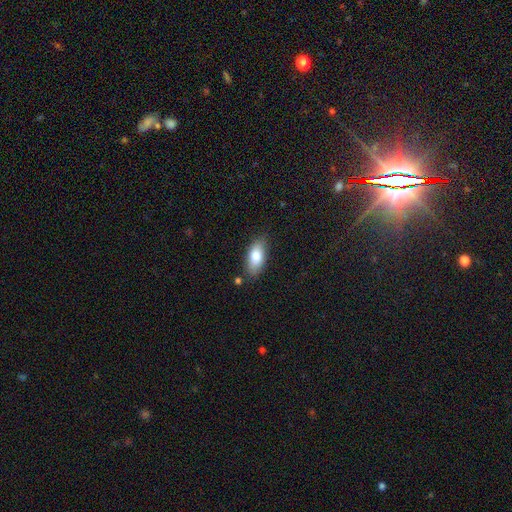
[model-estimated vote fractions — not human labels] A smooth galaxy with no disk features (79%) that is in between round and cigar-shaped (87%). Merging: none (80%).